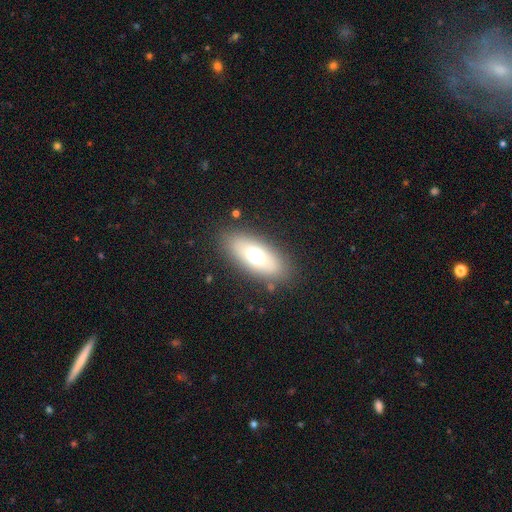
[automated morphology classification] This appears to be a smooth galaxy with no disk features (62%) that is in between round and cigar-shaped (79%). Merging: none (84%).